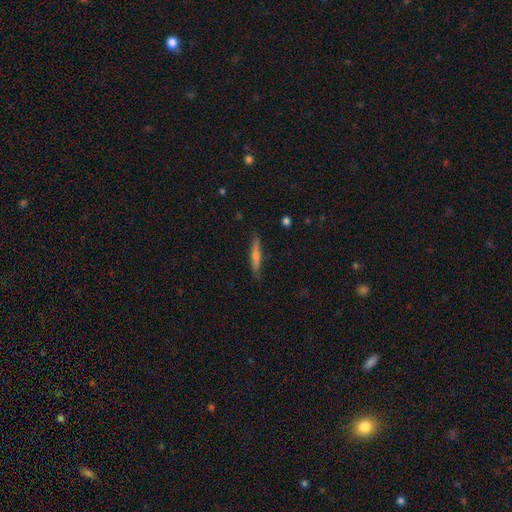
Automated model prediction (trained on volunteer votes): A featured or disk galaxy (47%).

Vote fractions:
- Smooth or featured? featured or disk: 47% / smooth: 46% / star or artifact: 7%
- Merging? none: 88% / minor disturbance: 10% / major disturbance: 2% / merger: 1%